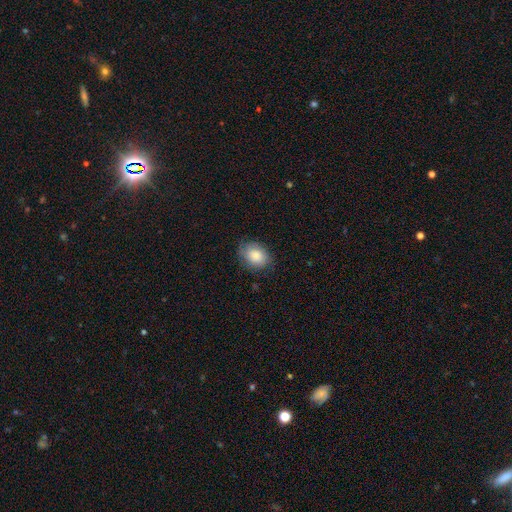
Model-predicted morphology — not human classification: A smooth galaxy with no disk features (79%) that is in between round and cigar-shaped (65%). Merging: none (76%).